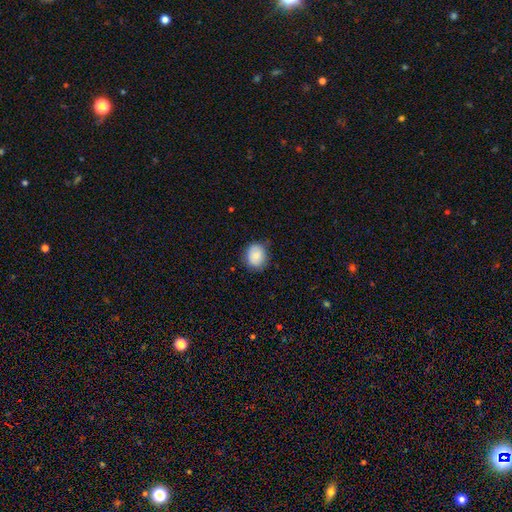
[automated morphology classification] Smooth or featured: smooth — 85% (star or artifact — 7%)
How rounded: round — 65% (in between — 35%)
Merging: none — 81% (minor disturbance — 15%)